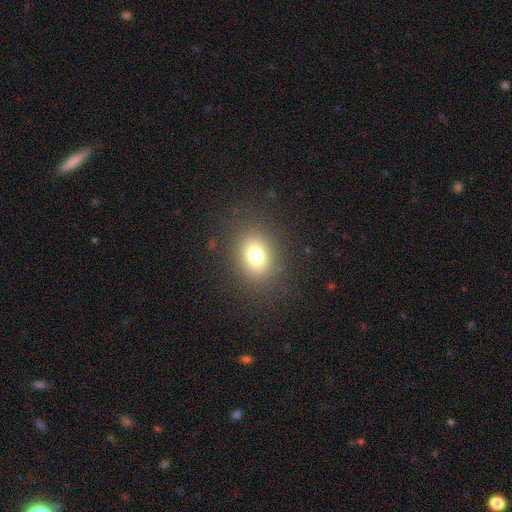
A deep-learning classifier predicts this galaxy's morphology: type=smooth (75%); roundness=in between (52%); merging=none (84%).